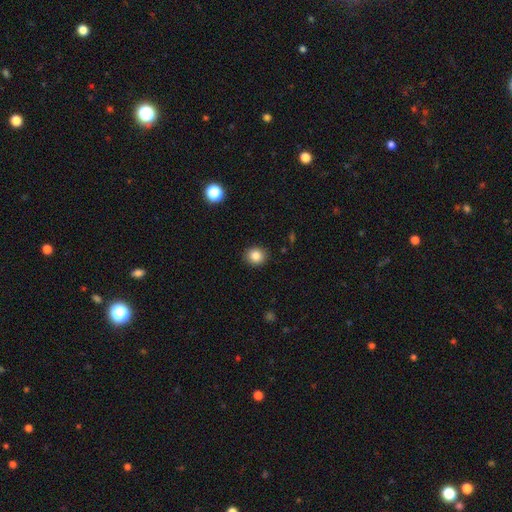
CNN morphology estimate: smooth-or-featured: smooth: 85% | star or artifact: 10% | featured or disk: 6%
  how-rounded: round: 83% | in between: 16% | cigar-shaped: 1%
  merging: none: 91% | minor disturbance: 6% | major disturbance: 2% | merger: 1%